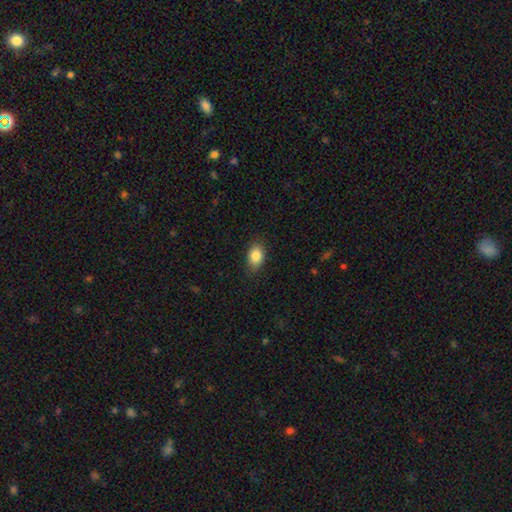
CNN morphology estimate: Smooth or featured: smooth — 84% (star or artifact — 8%)
How rounded: in between — 80% (round — 18%)
Merging: none — 83% (minor disturbance — 13%)